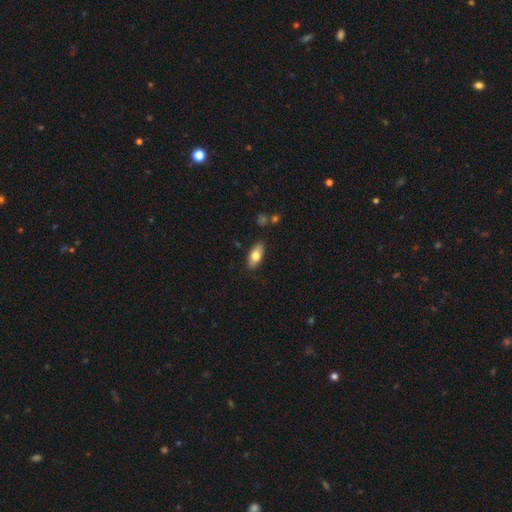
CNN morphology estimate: Smooth or featured?
  - smooth: 74% *
  - featured or disk: 20%
  - star or artifact: 6%
How rounded?
  - in between: 88% *
  - cigar-shaped: 9%
  - round: 3%
Merging?
  - none: 86% *
  - minor disturbance: 11%
  - major disturbance: 2%
  - merger: 2%